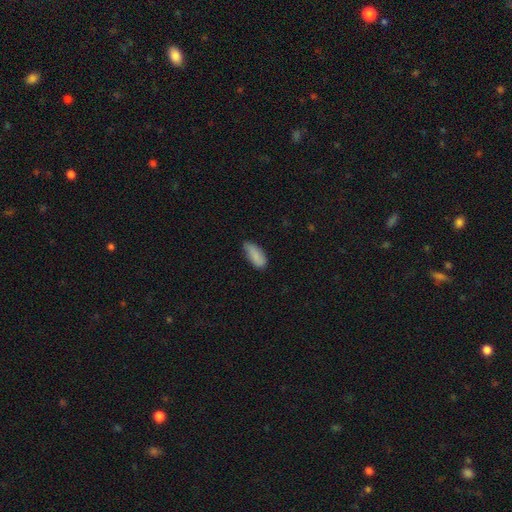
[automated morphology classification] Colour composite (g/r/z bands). It shows a smooth galaxy with no disk features (86%) that is in between round and cigar-shaped (85%). Merging: none (58%).